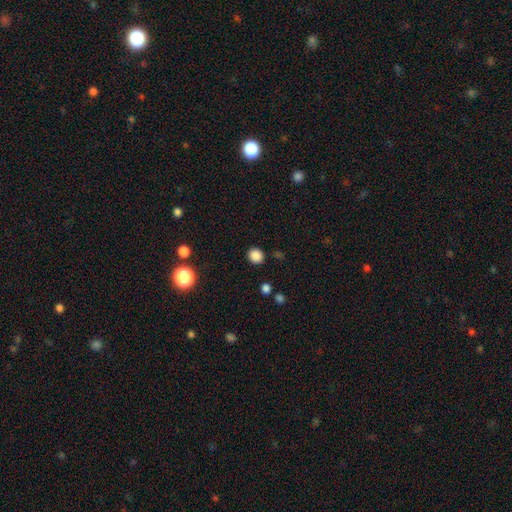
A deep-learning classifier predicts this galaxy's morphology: smooth-or-featured: smooth: 85% | star or artifact: 12% | featured or disk: 3%
  how-rounded: round: 81% | in between: 18% | cigar-shaped: 1%
  merging: none: 89% | minor disturbance: 7% | major disturbance: 2% | merger: 2%